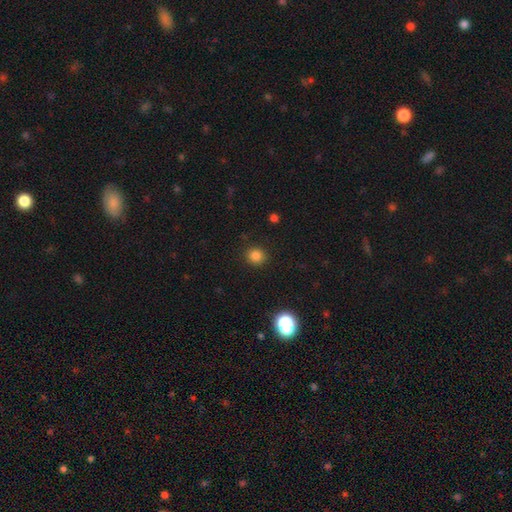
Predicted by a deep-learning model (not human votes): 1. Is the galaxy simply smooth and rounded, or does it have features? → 83% smooth, 13% star or artifact, 4% featured or disk.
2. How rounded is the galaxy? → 90% round, 9% in between, 1% cigar-shaped.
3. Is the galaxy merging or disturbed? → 90% none, 6% minor disturbance, 2% major disturbance, 1% merger.